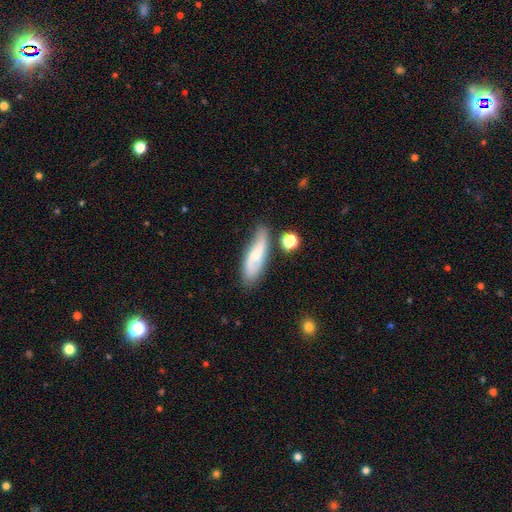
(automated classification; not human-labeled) smooth-or-featured: featured or disk: 52% | smooth: 40% | star or artifact: 8%
  disk-edge-on: no: 76% | yes: 24%
  merging: none: 70% | minor disturbance: 20% | major disturbance: 5% | merger: 5%